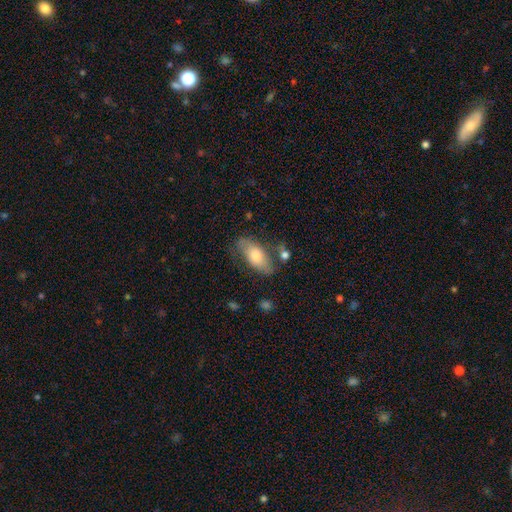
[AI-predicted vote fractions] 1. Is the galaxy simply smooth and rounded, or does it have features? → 64% smooth, 30% featured or disk, 7% star or artifact.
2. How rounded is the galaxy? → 86% in between, 11% cigar-shaped, 3% round.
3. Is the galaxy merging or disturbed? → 67% none, 20% minor disturbance, 7% major disturbance, 6% merger.